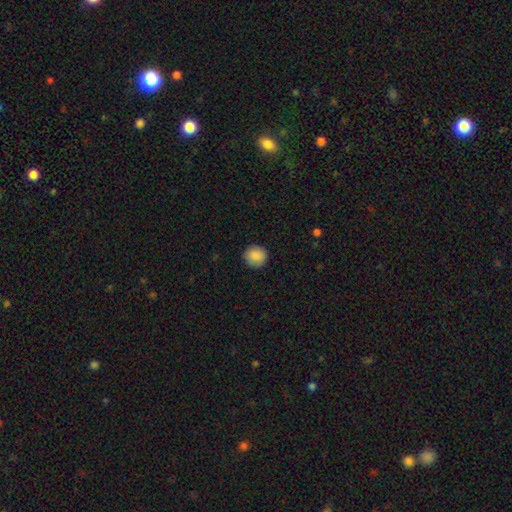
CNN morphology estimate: smooth_or_featured: smooth (p=0.88) [alt: star or artifact p=0.08]
how_rounded: round (p=0.93) [alt: in between p=0.06]
merging: none (p=0.90) [alt: minor disturbance p=0.07]